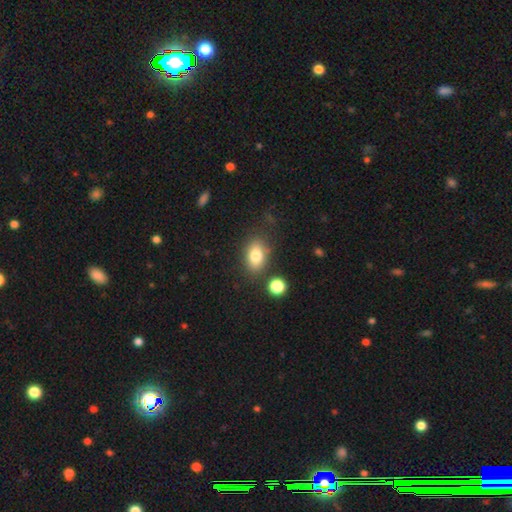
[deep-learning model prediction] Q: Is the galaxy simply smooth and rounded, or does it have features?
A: smooth — 78%.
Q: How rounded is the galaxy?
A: in between — 80%.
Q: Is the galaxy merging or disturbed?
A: none — 77%.